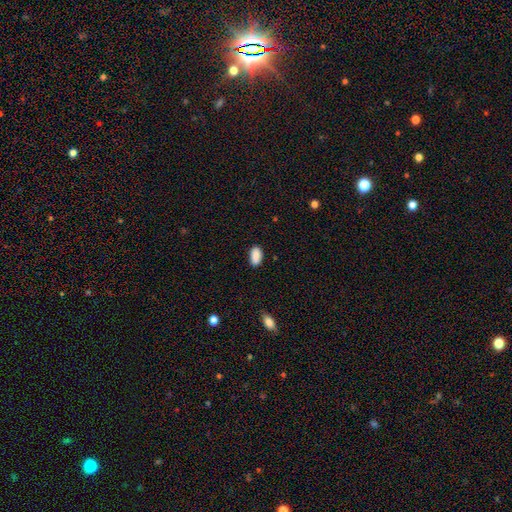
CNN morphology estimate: A smooth galaxy with no disk features (89%) that is in between round and cigar-shaped (94%). Merging: none (84%).